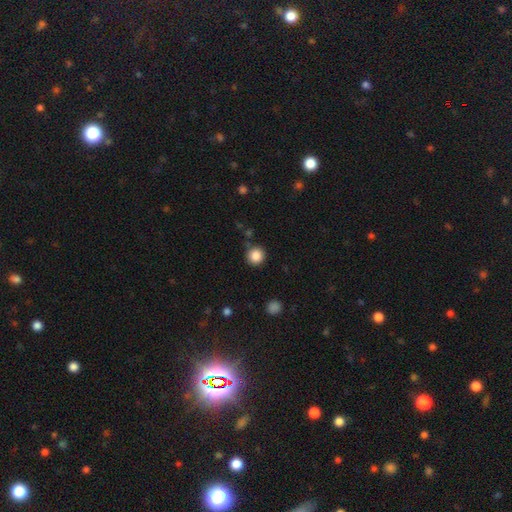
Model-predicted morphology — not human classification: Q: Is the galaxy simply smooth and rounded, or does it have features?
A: smooth — 86%.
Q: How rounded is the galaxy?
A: round — 94%.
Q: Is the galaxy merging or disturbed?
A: none — 85%.